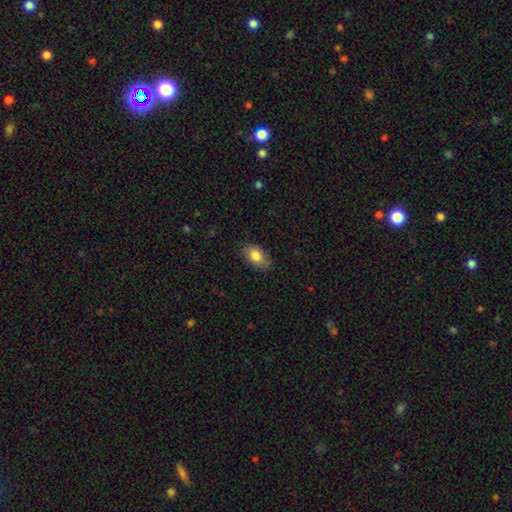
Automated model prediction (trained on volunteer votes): Smooth or featured: smooth — 82% (featured or disk — 11%)
How rounded: in between — 89% (round — 9%)
Merging: none — 80% (minor disturbance — 15%)